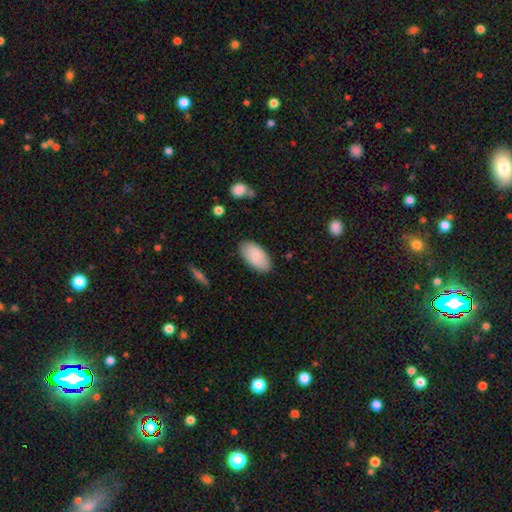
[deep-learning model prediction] Q: Smooth or featured?
A: smooth (82%); runner-up: featured or disk (12%)
Q: How rounded?
A: in between (95%); runner-up: cigar-shaped (3%)
Q: Merging?
A: none (86%); runner-up: minor disturbance (11%)